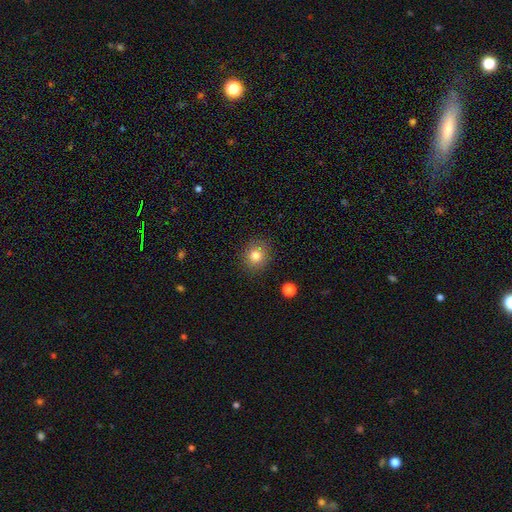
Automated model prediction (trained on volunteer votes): Morphology: type=smooth (80%); roundness=round (79%); merging=none (88%).